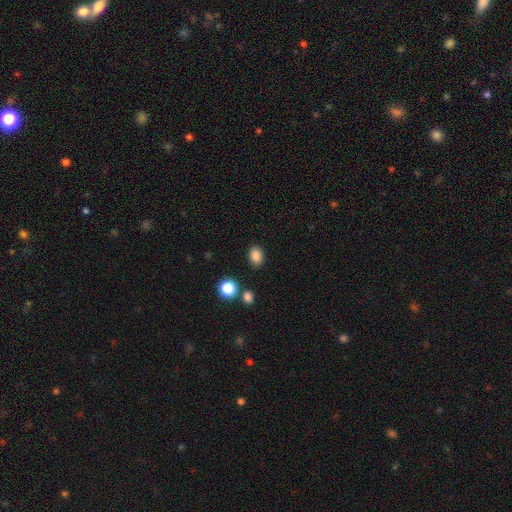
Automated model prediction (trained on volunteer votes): smooth_or_featured: smooth (p=0.85) [alt: star or artifact p=0.11]
how_rounded: in between (p=0.68) [alt: round p=0.31]
merging: none (p=0.86) [alt: minor disturbance p=0.09]